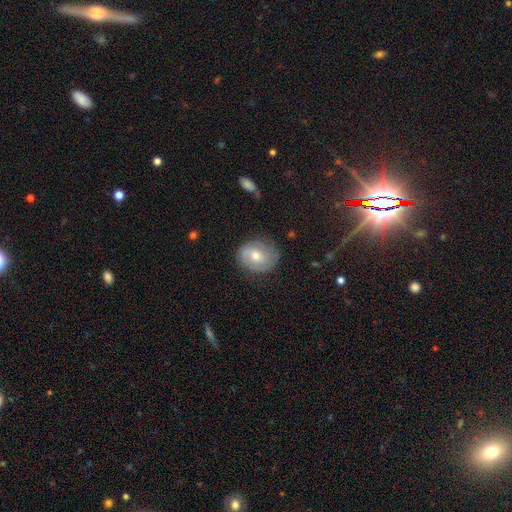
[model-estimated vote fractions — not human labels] Smooth or featured? Predicted: featured or disk (p=0.47). Merging? Predicted: none (p=0.73).